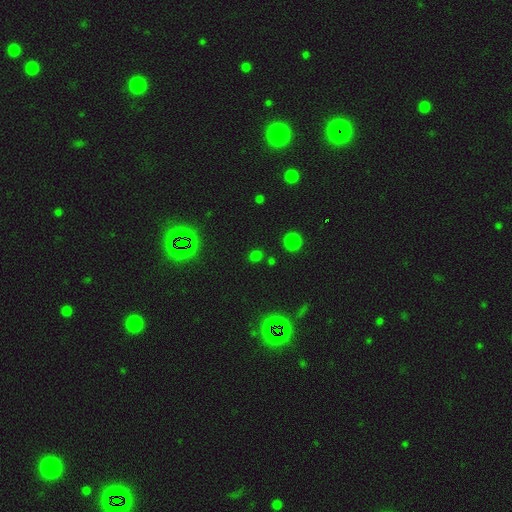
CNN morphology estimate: A smooth galaxy with no disk features (53%) that is round (81%). Merging: none (84%).